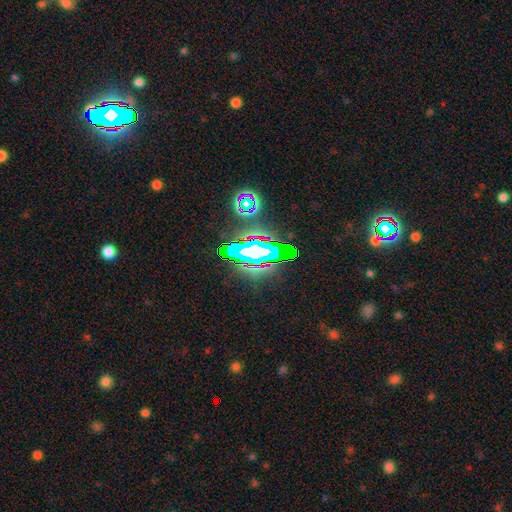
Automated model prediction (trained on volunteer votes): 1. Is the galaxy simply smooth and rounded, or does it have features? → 61% star or artifact, 22% featured or disk, 17% smooth.